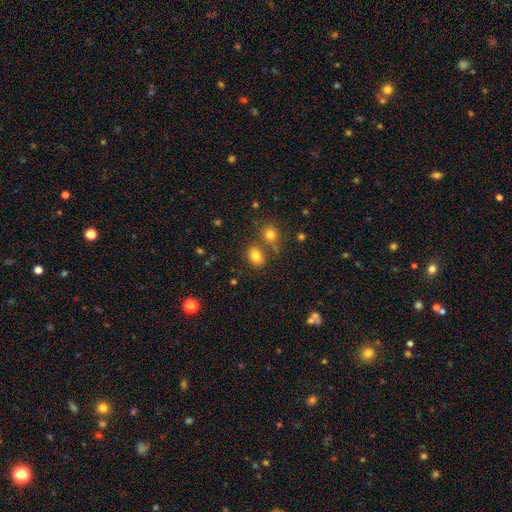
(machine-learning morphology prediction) Smooth or featured? smooth (80%)
How rounded? in between (68%)
Merging? none (65%)